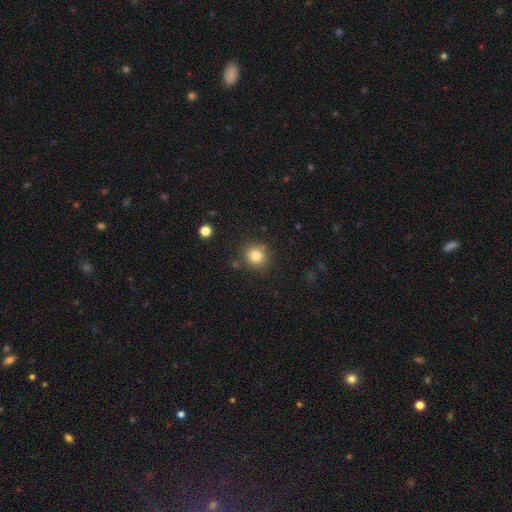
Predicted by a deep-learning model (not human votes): smooth_or_featured: smooth (p=0.82) [alt: star or artifact p=0.11]
how_rounded: round (p=0.85) [alt: in between p=0.14]
merging: none (p=0.83) [alt: minor disturbance p=0.10]